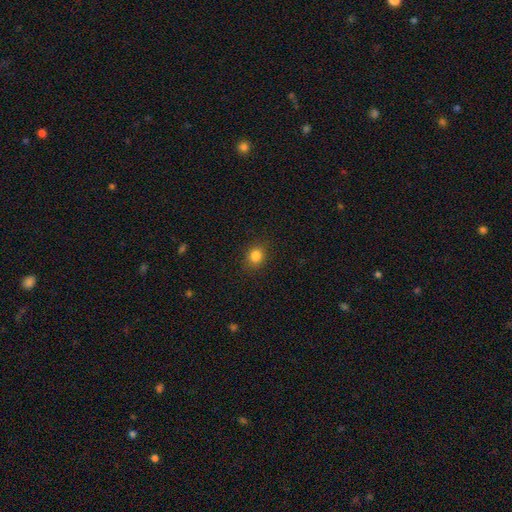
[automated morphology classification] A smooth galaxy with no disk features (84%) that is round (72%). Merging: none (88%).